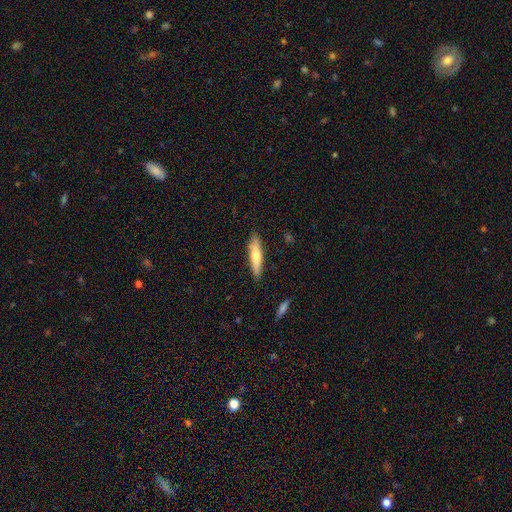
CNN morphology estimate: Q: Smooth or featured?
A: smooth (57%); runner-up: featured or disk (37%)
Q: How rounded?
A: cigar-shaped (82%); runner-up: in between (17%)
Q: Merging?
A: none (87%); runner-up: minor disturbance (9%)